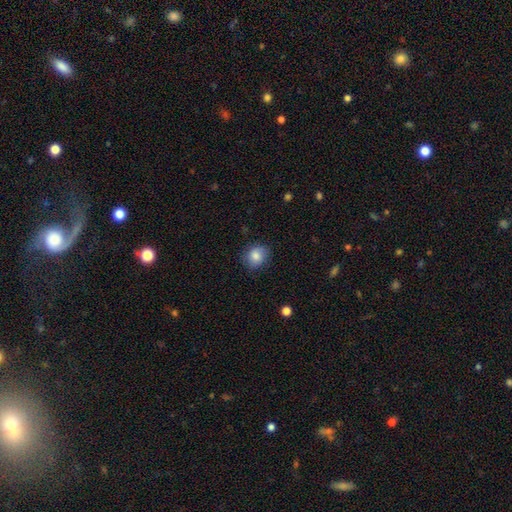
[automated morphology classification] smooth_or_featured: smooth (p=0.84) [alt: star or artifact p=0.09]
how_rounded: round (p=0.69) [alt: in between p=0.31]
merging: none (p=0.80) [alt: minor disturbance p=0.16]